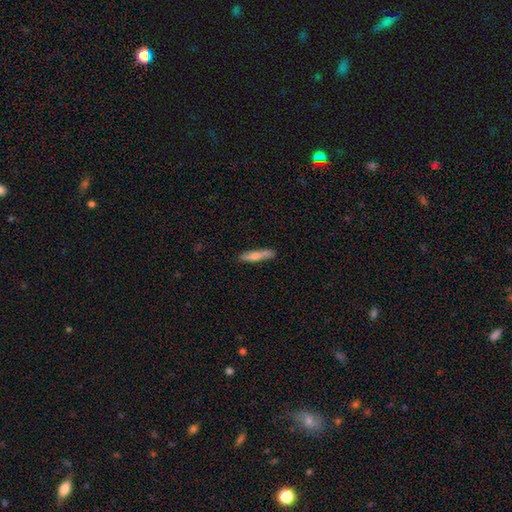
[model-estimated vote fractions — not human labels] Smooth or featured?
  - smooth: 69% *
  - featured or disk: 25%
  - star or artifact: 6%
How rounded?
  - cigar-shaped: 86% *
  - in between: 13%
  - round: 2%
Merging?
  - none: 76% *
  - minor disturbance: 16%
  - merger: 5%
  - major disturbance: 3%